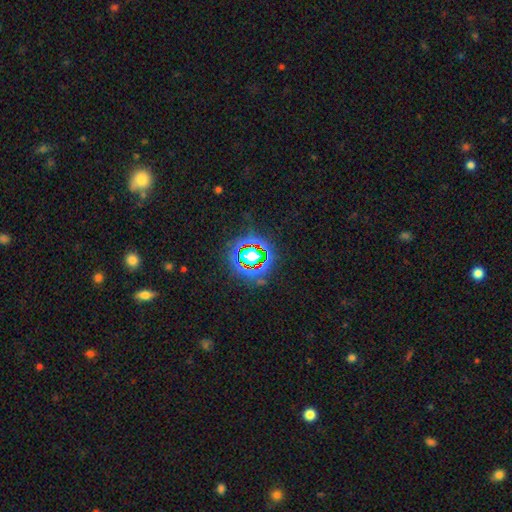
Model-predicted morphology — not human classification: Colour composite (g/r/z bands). It shows a star or artifact, not a galaxy (70%).